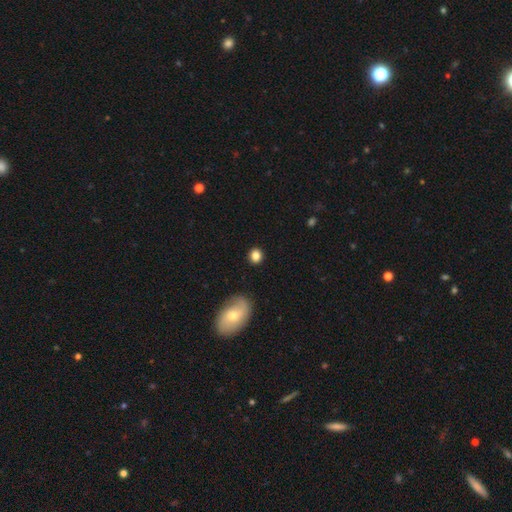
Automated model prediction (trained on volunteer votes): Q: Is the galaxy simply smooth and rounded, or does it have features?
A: smooth — 83%.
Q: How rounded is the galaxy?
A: round — 79%.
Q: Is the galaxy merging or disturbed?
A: none — 88%.